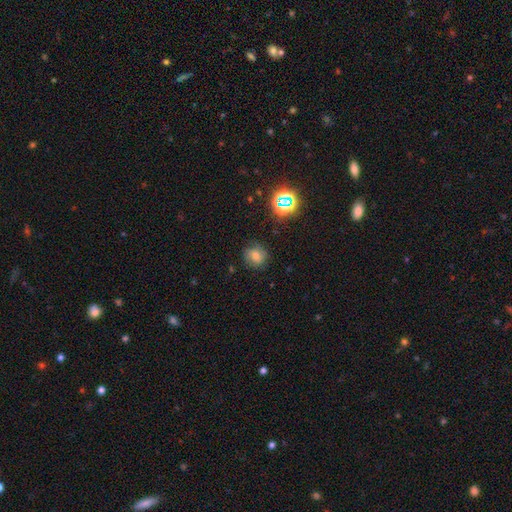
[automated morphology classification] Smooth or featured? smooth (65%)
How rounded? round (84%)
Merging? none (82%)